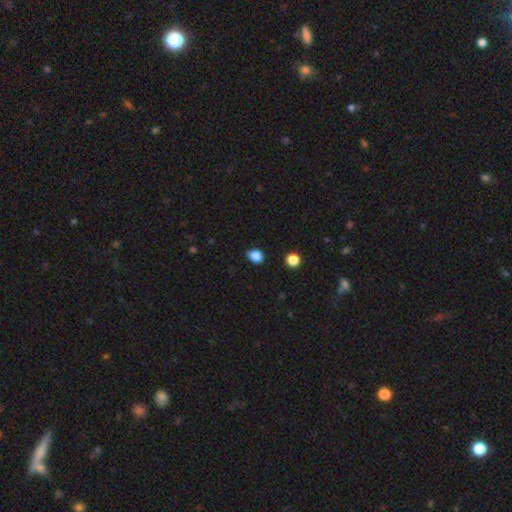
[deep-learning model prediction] Smooth or featured? smooth (86%)
How rounded? in between (69%)
Merging? none (80%)